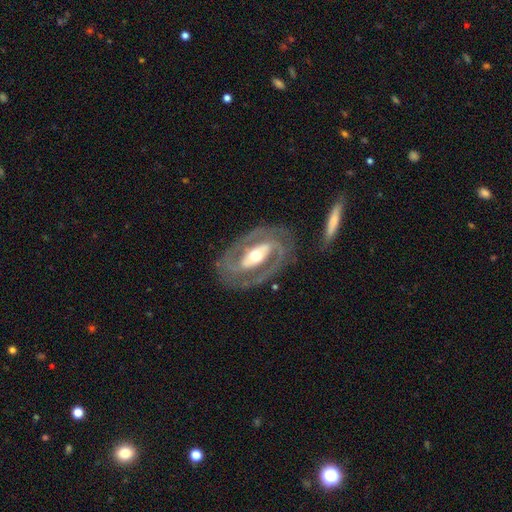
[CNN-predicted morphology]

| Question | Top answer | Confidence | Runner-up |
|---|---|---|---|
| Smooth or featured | featured or disk | 87% | smooth (9%) |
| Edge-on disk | no | 94% | yes (6%) |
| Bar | strong | 53% | weak (25%) |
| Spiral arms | yes | 86% | no (14%) |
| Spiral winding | tight | 48% | medium (41%) |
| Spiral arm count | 2 | 85% | can't tell (7%) |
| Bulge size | moderate | 66% | small (21%) |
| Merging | none | 79% | minor disturbance (12%) |